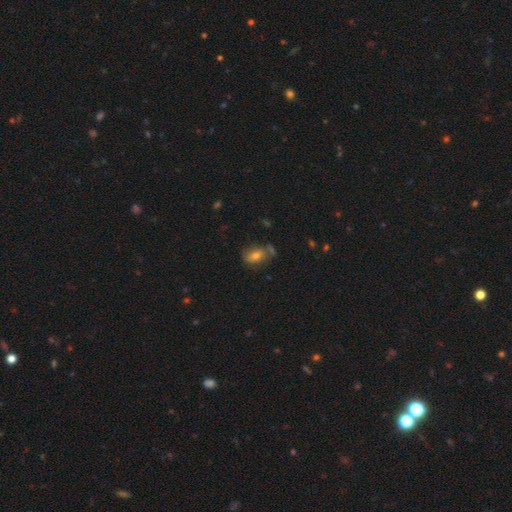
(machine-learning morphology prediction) A smooth galaxy with no disk features (65%) that is in between round and cigar-shaped (81%).

Vote fractions:
- Smooth or featured? smooth: 65% / featured or disk: 23% / star or artifact: 12%
- How rounded? in between: 81% / round: 16% / cigar-shaped: 3%
- Merging? none: 60% / minor disturbance: 22% / merger: 11% / major disturbance: 7%